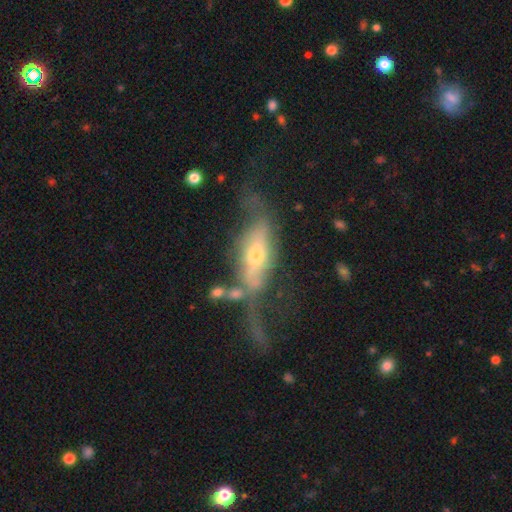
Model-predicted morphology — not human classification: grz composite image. It shows a featured or disk galaxy (68%). Merging: major disturbance (41%).